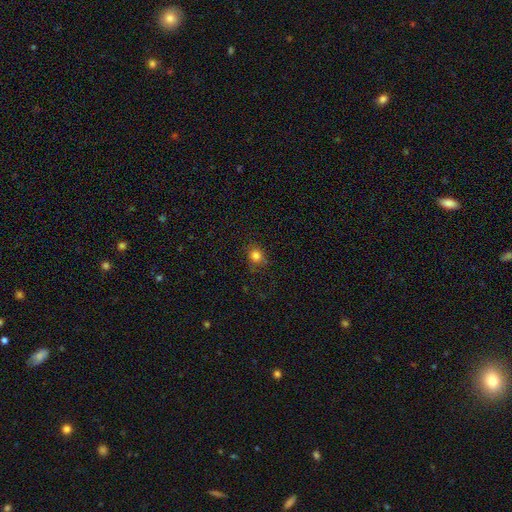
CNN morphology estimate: Smooth or featured? smooth (79%)
How rounded? round (74%)
Merging? none (75%)